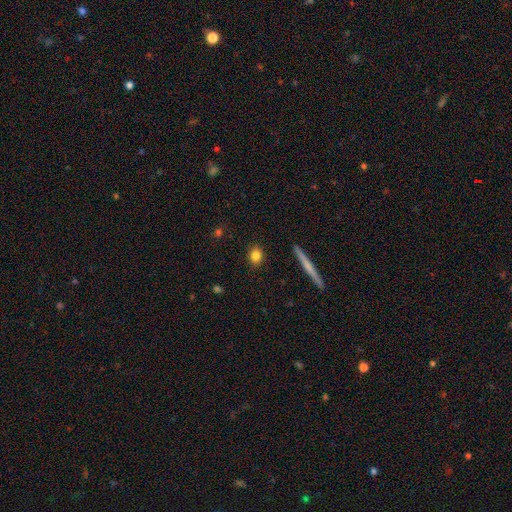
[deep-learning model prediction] Q: Smooth or featured?
A: smooth (82%); runner-up: star or artifact (9%)
Q: How rounded?
A: round (49%); runner-up: in between (45%)
Q: Merging?
A: none (89%); runner-up: minor disturbance (8%)